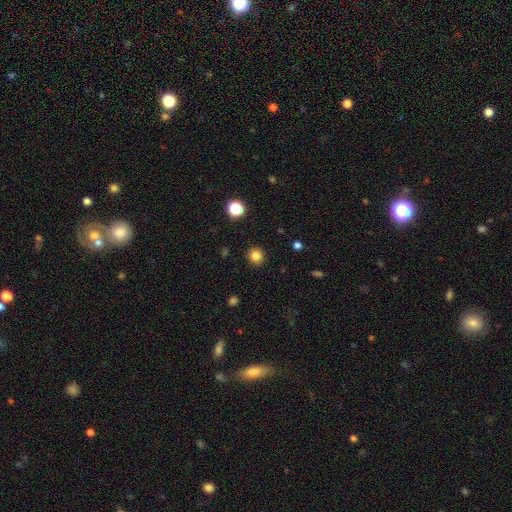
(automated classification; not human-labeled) A smooth galaxy with no disk features (83%) that is round (91%).

Vote fractions:
- Smooth or featured? smooth: 83% / star or artifact: 12% / featured or disk: 5%
- How rounded? round: 91% / in between: 8% / cigar-shaped: 1%
- Merging? none: 91% / minor disturbance: 6% / major disturbance: 2% / merger: 1%